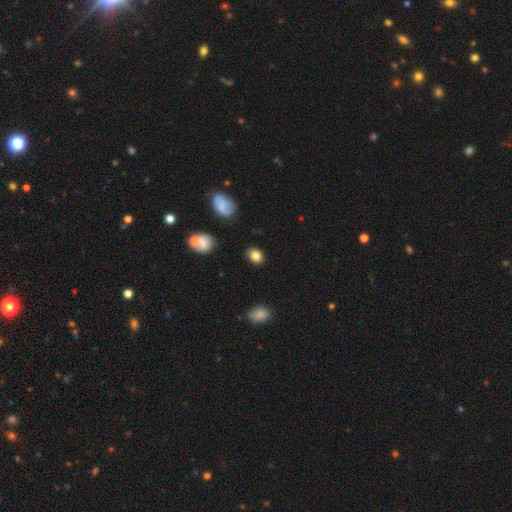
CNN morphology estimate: Q: Smooth or featured?
A: smooth (83%); runner-up: star or artifact (11%)
Q: How rounded?
A: in between (52%); runner-up: round (47%)
Q: Merging?
A: none (84%); runner-up: minor disturbance (11%)